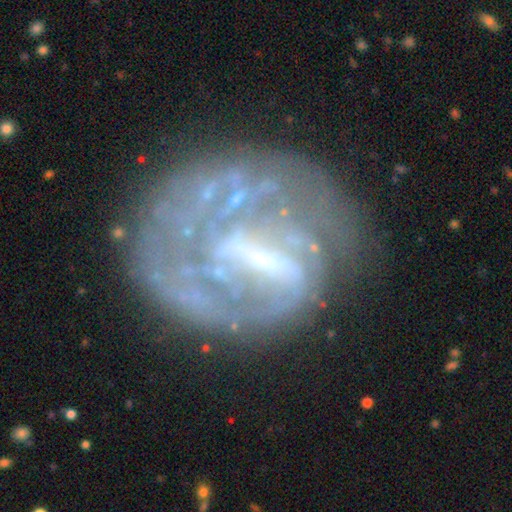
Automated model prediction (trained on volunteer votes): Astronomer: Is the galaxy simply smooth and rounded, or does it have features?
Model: featured or disk — 75%.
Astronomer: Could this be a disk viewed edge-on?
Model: no — 97%.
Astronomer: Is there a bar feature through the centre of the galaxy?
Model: strong — 40% (runner-up: weak, 38%).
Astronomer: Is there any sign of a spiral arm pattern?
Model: yes — 55% (runner-up: no, 45%).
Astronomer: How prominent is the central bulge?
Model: small — 49% (runner-up: none, 28%).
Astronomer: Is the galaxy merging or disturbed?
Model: none — 53%.